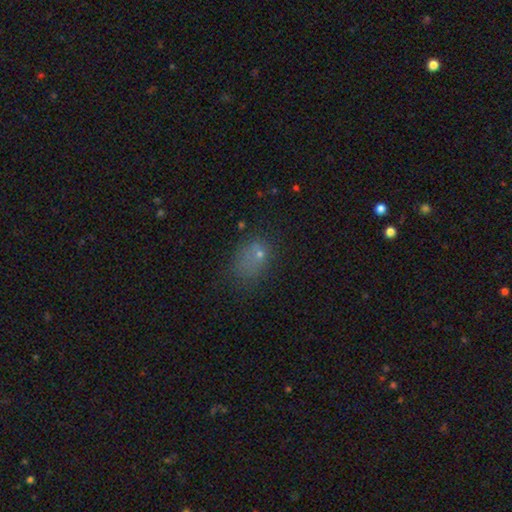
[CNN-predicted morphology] type=smooth (60%); roundness=in between (64%); merging=none (38%).